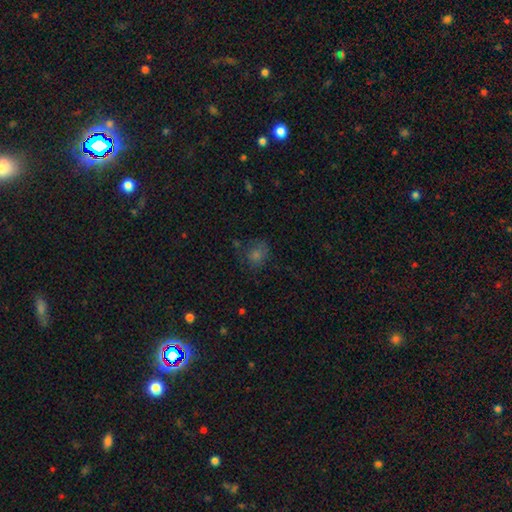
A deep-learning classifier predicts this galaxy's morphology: Smooth or featured?
  - smooth: 62% *
  - star or artifact: 25%
  - featured or disk: 13%
How rounded?
  - round: 69% *
  - in between: 30%
  - cigar-shaped: 1%
Merging?
  - none: 66% *
  - minor disturbance: 21%
  - major disturbance: 10%
  - merger: 4%